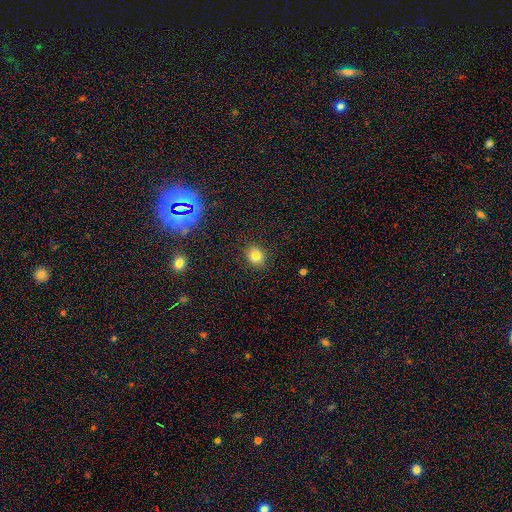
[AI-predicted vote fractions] The model was most divided on "how rounded": round: 67%, in between: 32%, cigar-shaped: 1%. More confident: merging — none (88%); smooth or featured — smooth (80%).